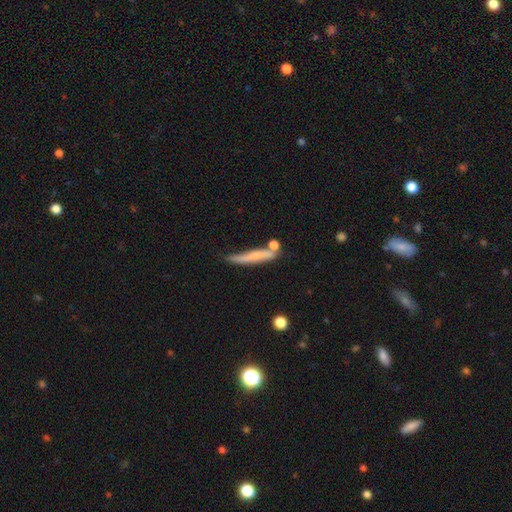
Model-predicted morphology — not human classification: This is possibly a smooth galaxy (56%). How rounded: clearly cigar-shaped (90%). Merging: possibly none (51%).